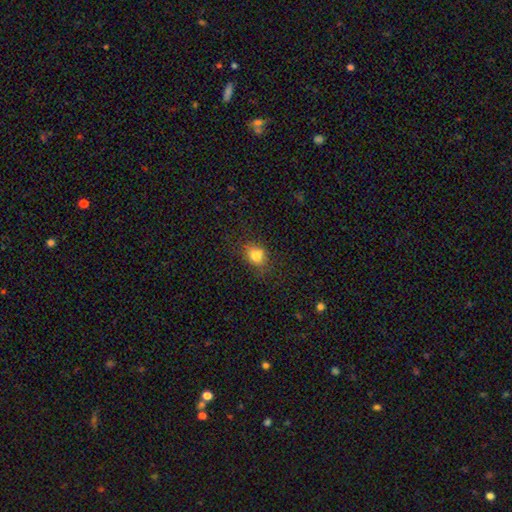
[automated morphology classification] smooth 76%, star or artifact 14%, featured or disk 10%. Down the decision tree: how rounded — round (50%); merging — none (66%).